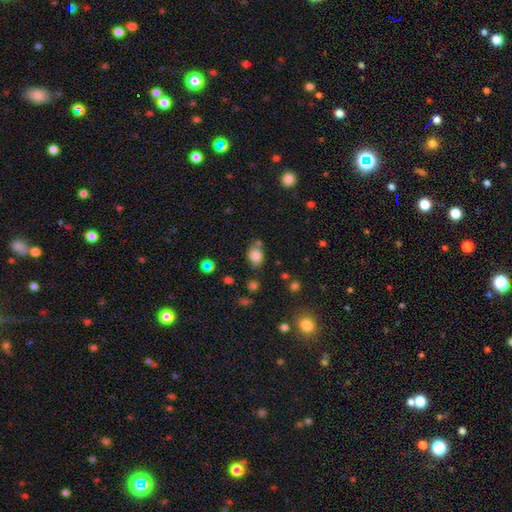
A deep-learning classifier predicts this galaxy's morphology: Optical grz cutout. It shows a smooth galaxy with no disk features (81%) that is in between round and cigar-shaped (64%). Merging: none (70%).